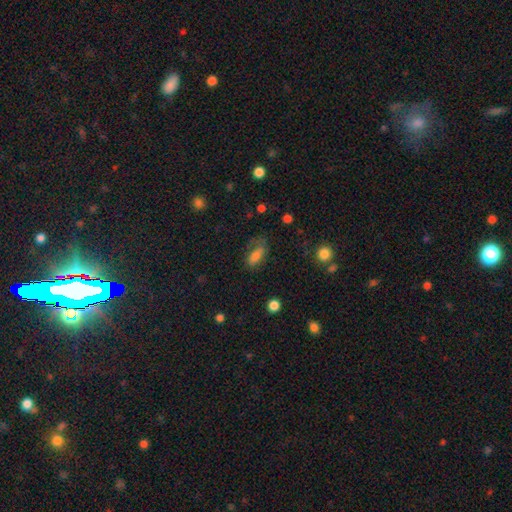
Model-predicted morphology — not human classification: smooth_or_featured: smooth (p=0.72) [alt: featured or disk p=0.18]
how_rounded: in between (p=0.81) [alt: cigar-shaped p=0.14]
merging: none (p=0.49) [alt: minor disturbance p=0.26]